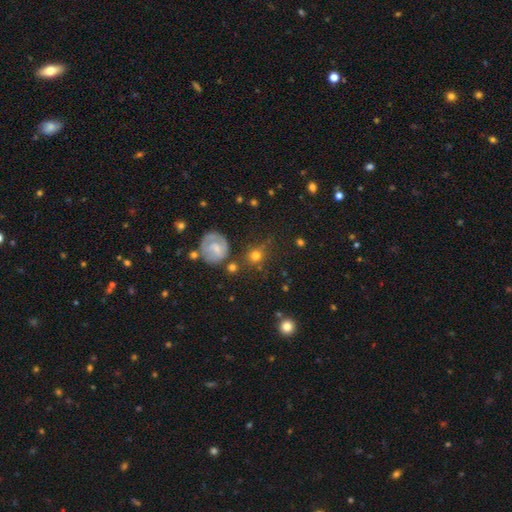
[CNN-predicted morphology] A smooth galaxy with no disk features (67%) that is round (84%).

Vote fractions:
- Smooth or featured? smooth: 67% / featured or disk: 19% / star or artifact: 15%
- How rounded? round: 84% / in between: 14% / cigar-shaped: 1%
- Merging? none: 69% / minor disturbance: 16% / major disturbance: 7% / merger: 7%